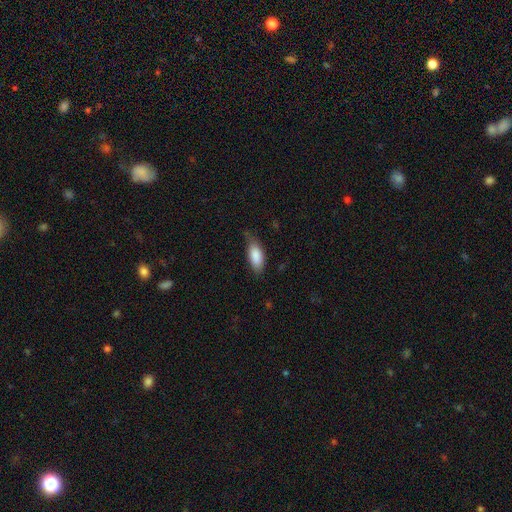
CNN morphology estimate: Smooth or featured? smooth (86%)
How rounded? in between (84%)
Merging? none (59%)